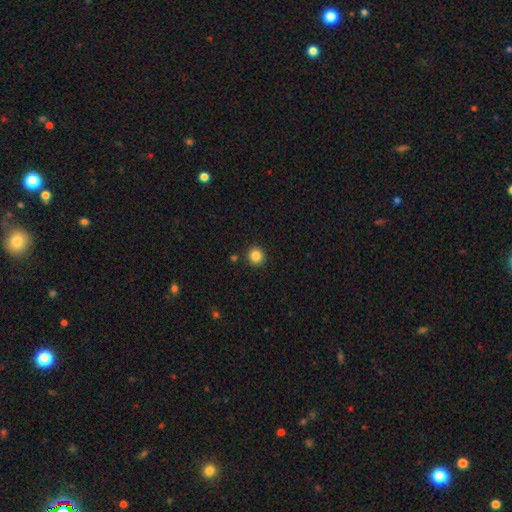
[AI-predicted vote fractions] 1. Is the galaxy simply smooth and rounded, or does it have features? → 85% smooth, 10% star or artifact, 5% featured or disk.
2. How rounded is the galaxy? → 94% round, 5% in between, 1% cigar-shaped.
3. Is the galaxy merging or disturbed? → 90% none, 6% minor disturbance, 2% merger, 2% major disturbance.